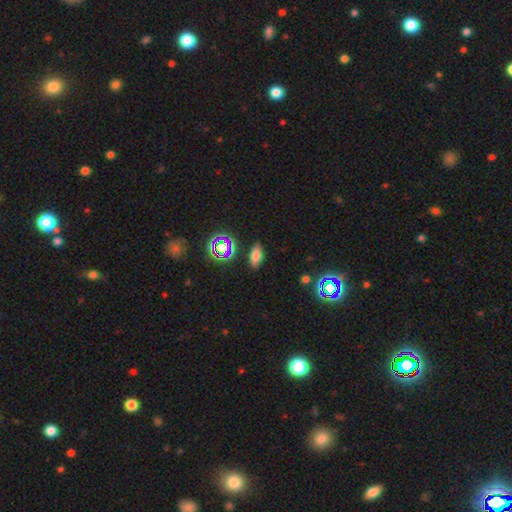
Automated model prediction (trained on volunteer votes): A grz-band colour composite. It shows a smooth galaxy with no disk features (69%) that is in between round and cigar-shaped (82%). Merging: none (84%).